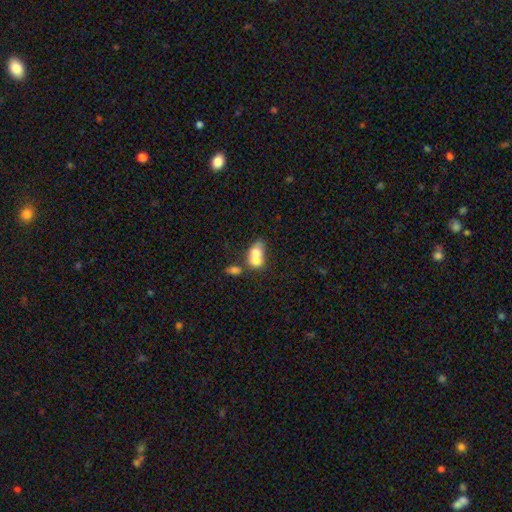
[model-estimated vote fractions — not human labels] smooth-or-featured: smooth: 66% | featured or disk: 26% | star or artifact: 9%
  how-rounded: in between: 63% | round: 36% | cigar-shaped: 2%
  merging: merger: 72% | none: 16% | minor disturbance: 7% | major disturbance: 5%